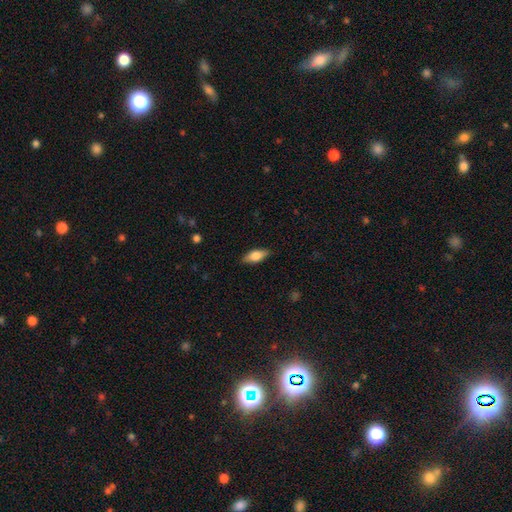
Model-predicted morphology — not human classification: Smooth or featured? smooth (74%)
How rounded? in between (80%)
Merging? none (85%)